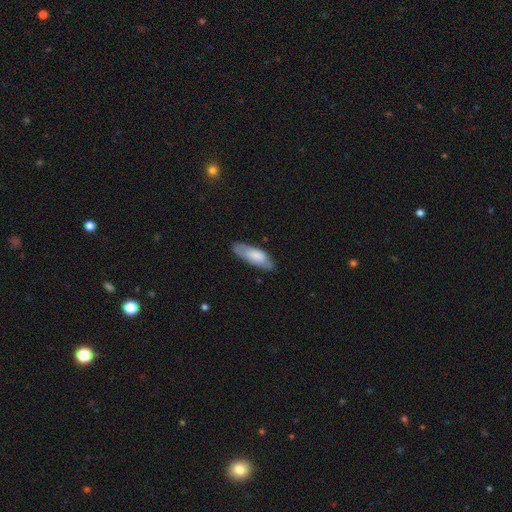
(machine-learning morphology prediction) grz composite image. It shows a smooth galaxy with no disk features (70%) that is in between round and cigar-shaped (66%). Merging: none (74%).